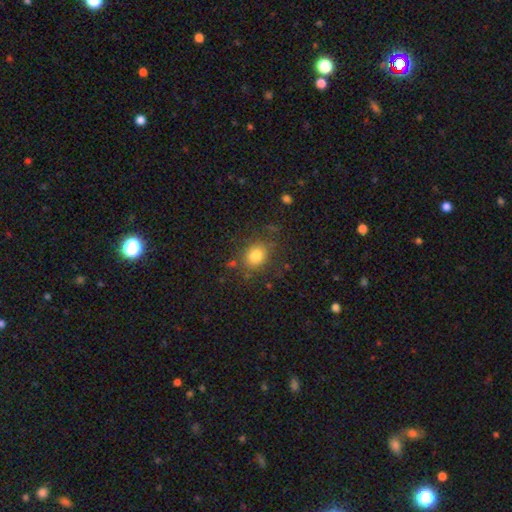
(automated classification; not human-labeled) The model was most divided on "how rounded": round: 62%, in between: 37%, cigar-shaped: 1%. More confident: smooth or featured — smooth (80%); merging — none (79%).